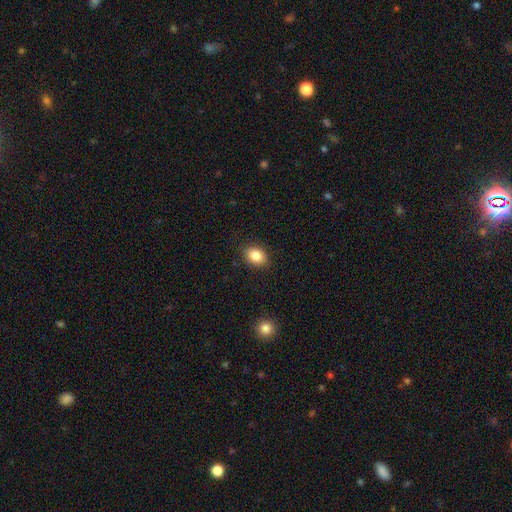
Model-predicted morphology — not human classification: smooth-or-featured: smooth: 85% | star or artifact: 9% | featured or disk: 6%
  how-rounded: in between: 65% | round: 34% | cigar-shaped: 1%
  merging: none: 87% | minor disturbance: 9% | major disturbance: 2% | merger: 1%